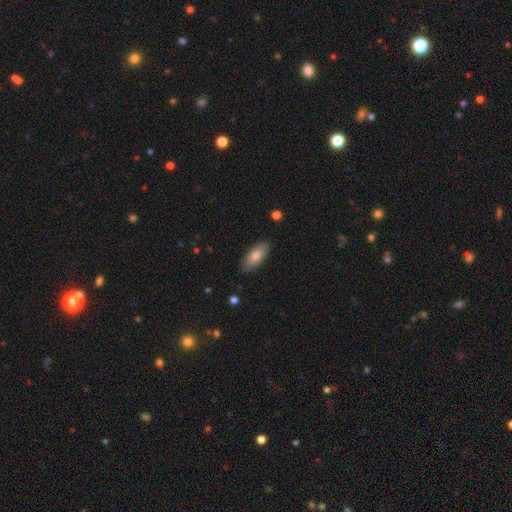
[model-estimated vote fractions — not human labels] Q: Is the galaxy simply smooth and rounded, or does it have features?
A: smooth — 80%.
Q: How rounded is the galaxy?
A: in between — 85%.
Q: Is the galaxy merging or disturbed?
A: none — 85%.